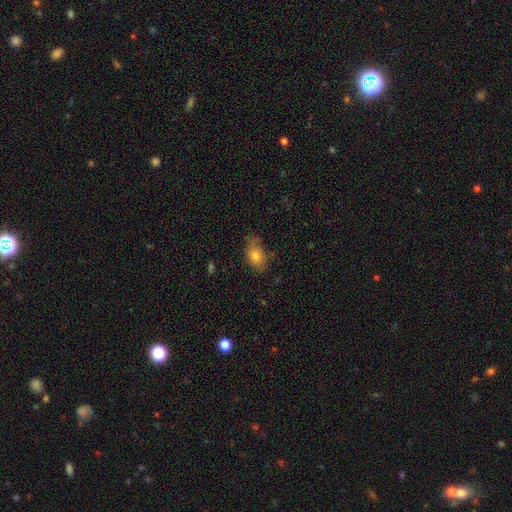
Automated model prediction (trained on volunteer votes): smooth_or_featured: smooth (p=0.78) [alt: featured or disk p=0.13]
how_rounded: in between (p=0.81) [alt: round p=0.16]
merging: none (p=0.63) [alt: minor disturbance p=0.28]